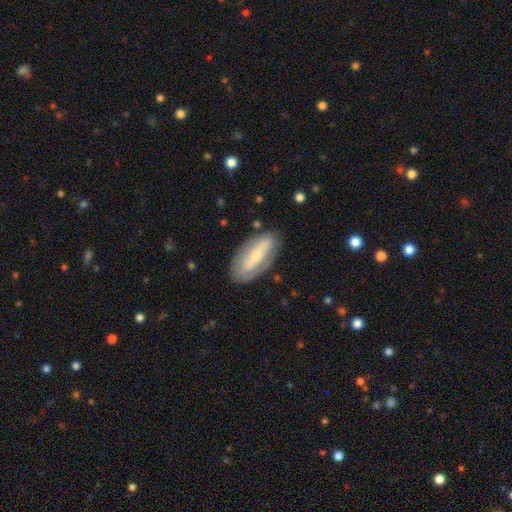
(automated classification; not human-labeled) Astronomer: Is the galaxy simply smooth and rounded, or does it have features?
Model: featured or disk — 48% (runner-up: smooth, 46%).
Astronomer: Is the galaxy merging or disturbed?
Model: none — 81%.